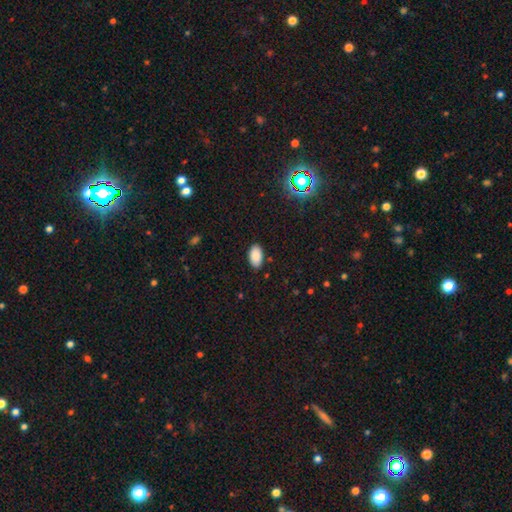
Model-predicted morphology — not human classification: Q: Smooth or featured?
A: smooth (88%); runner-up: star or artifact (8%)
Q: How rounded?
A: in between (95%); runner-up: round (3%)
Q: Merging?
A: none (87%); runner-up: minor disturbance (10%)